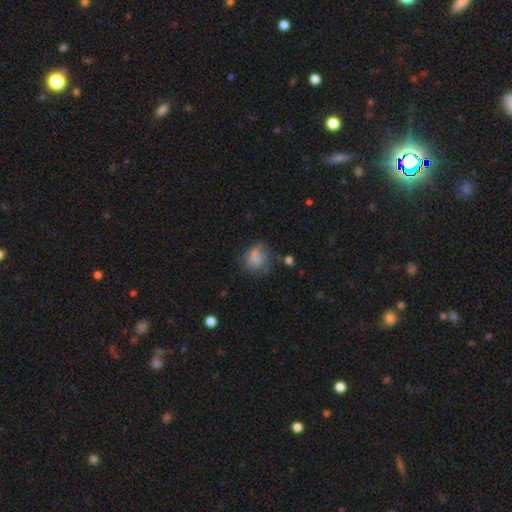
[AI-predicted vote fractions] Q: Smooth or featured?
A: smooth (66%); runner-up: featured or disk (22%)
Q: How rounded?
A: round (57%); runner-up: in between (42%)
Q: Merging?
A: none (42%); runner-up: minor disturbance (29%)